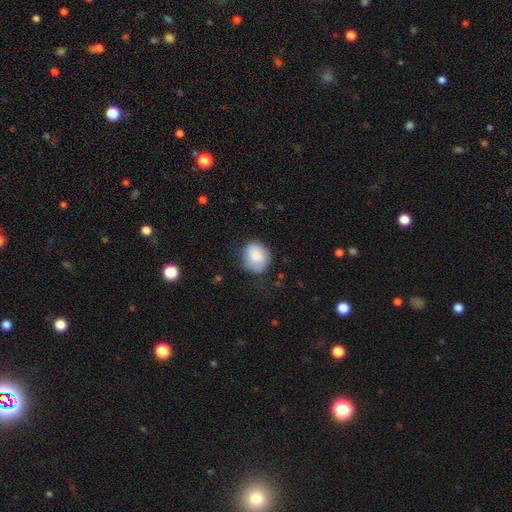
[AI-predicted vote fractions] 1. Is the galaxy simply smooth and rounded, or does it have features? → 81% smooth, 12% featured or disk, 7% star or artifact.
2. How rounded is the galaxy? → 68% round, 31% in between, 1% cigar-shaped.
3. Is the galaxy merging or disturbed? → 64% none, 26% minor disturbance, 8% major disturbance, 2% merger.